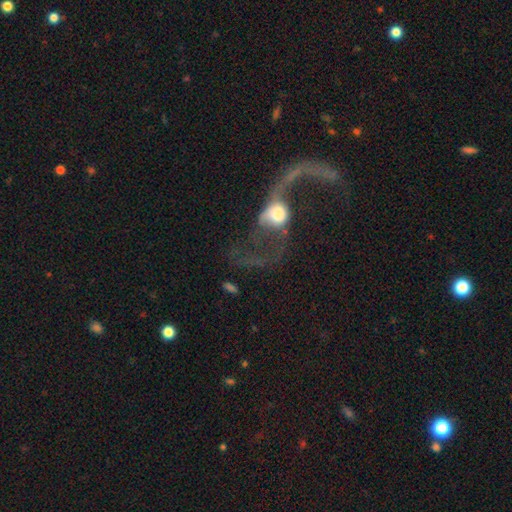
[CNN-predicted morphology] Smooth or featured? Predicted: featured or disk (p=0.84). Edge-on disk? Predicted: no (p=0.95). Bar? Predicted: no (p=0.53). Spiral arms? Predicted: yes (p=0.92). Spiral winding? Predicted: loose (p=0.88). Spiral arm count? Predicted: 2 (p=0.89). Bulge size? Predicted: moderate (p=0.56). Merging? Predicted: none (p=0.49).